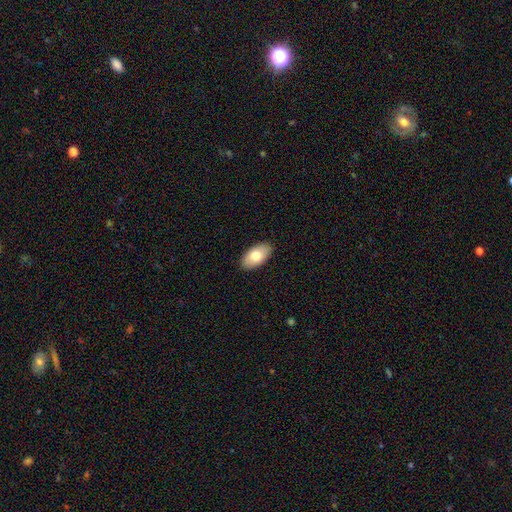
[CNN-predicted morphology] This appears to be a smooth galaxy with no disk features (76%) that is in between round and cigar-shaped (95%). Merging: none (89%).